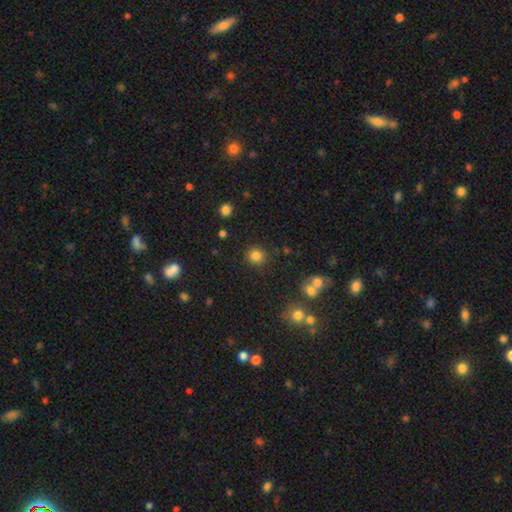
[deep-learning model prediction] smooth_or_featured: smooth (p=0.83) [alt: star or artifact p=0.13]
how_rounded: round (p=0.91) [alt: in between p=0.08]
merging: none (p=0.88) [alt: minor disturbance p=0.07]